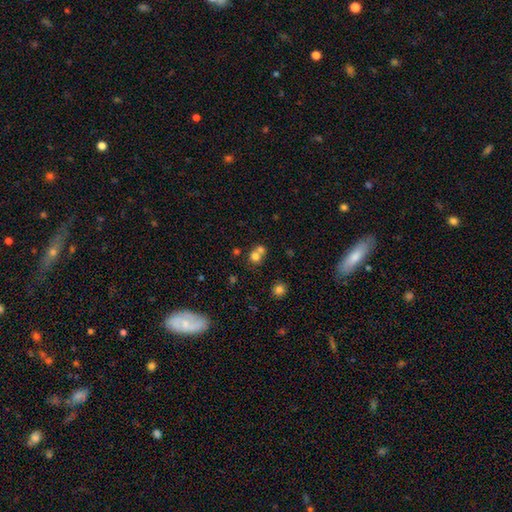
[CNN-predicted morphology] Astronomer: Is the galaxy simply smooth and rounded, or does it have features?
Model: smooth — 73%.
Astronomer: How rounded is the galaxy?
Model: round — 79%.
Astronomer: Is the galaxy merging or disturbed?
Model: merger — 54% (runner-up: none, 37%).